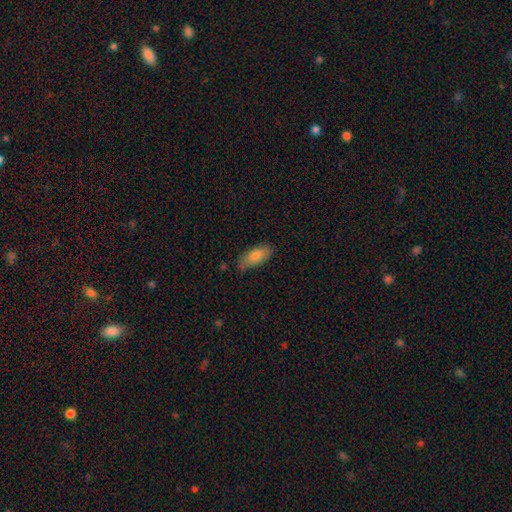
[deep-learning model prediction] This is likely a smooth galaxy (79%). How rounded: clearly in between (81%). Merging: likely none (72%).